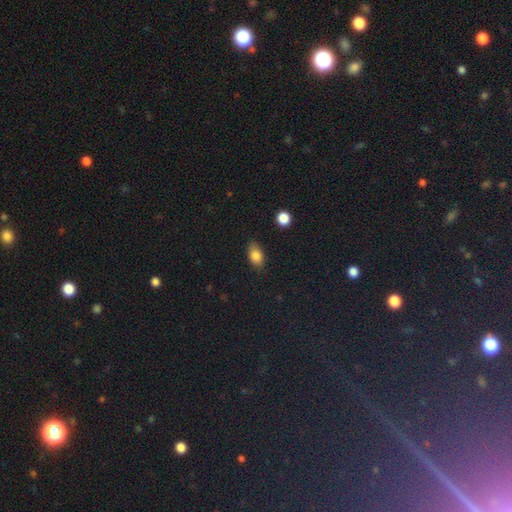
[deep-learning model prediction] Overall: smooth (83%). How rounded: in between (85%). Merging: none (79%).